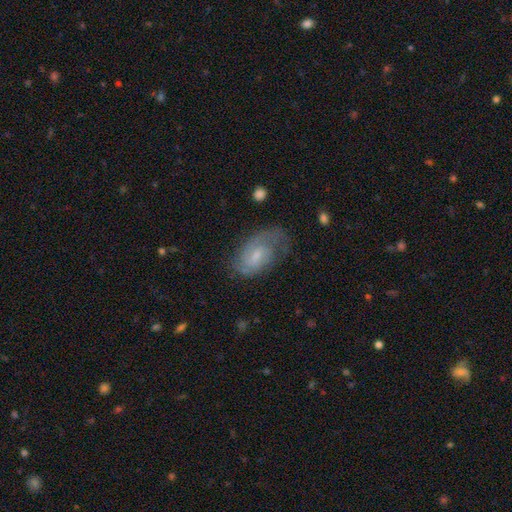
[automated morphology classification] Smooth or featured?
  - featured or disk: 65% *
  - smooth: 27%
  - star or artifact: 8%
Edge-on disk?
  - no: 96% *
  - yes: 4%
Bar?
  - weak: 52% *
  - no: 40%
  - strong: 8%
Spiral arms?
  - yes: 88% *
  - no: 12%
Spiral winding?
  - medium: 42% *
  - tight: 38%
  - loose: 20%
Spiral arm count?
  - 2: 51% *
  - can't tell: 22%
  - 1: 20%
  - 3: 4%
  - 4: 2%
  - more than 4: 2%
Bulge size?
  - small: 52% *
  - moderate: 34%
  - none: 11%
  - large: 3%
  - dominant: 1%
Merging?
  - none: 56% *
  - minor disturbance: 26%
  - major disturbance: 16%
  - merger: 2%